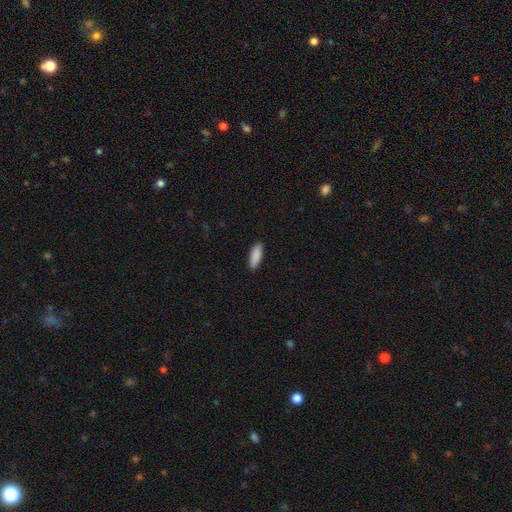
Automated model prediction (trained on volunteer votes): Smooth or featured?
  - smooth: 90% *
  - star or artifact: 6%
  - featured or disk: 4%
How rounded?
  - in between: 63% *
  - cigar-shaped: 36%
  - round: 2%
Merging?
  - none: 91% *
  - minor disturbance: 7%
  - major disturbance: 2%
  - merger: 1%